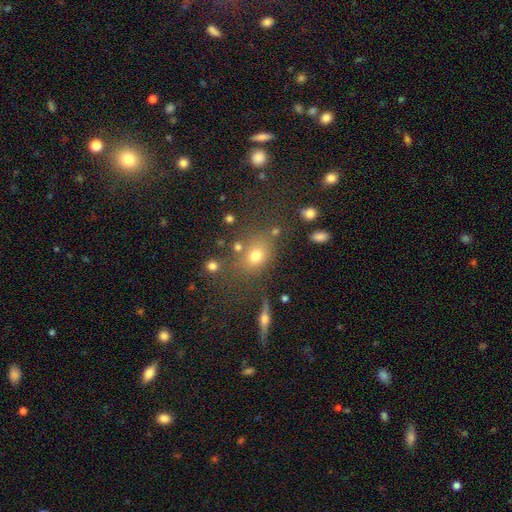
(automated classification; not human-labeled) Smooth or featured? Predicted: smooth (p=0.69). How rounded? Predicted: in between (p=0.49). Merging? Predicted: none (p=0.68).